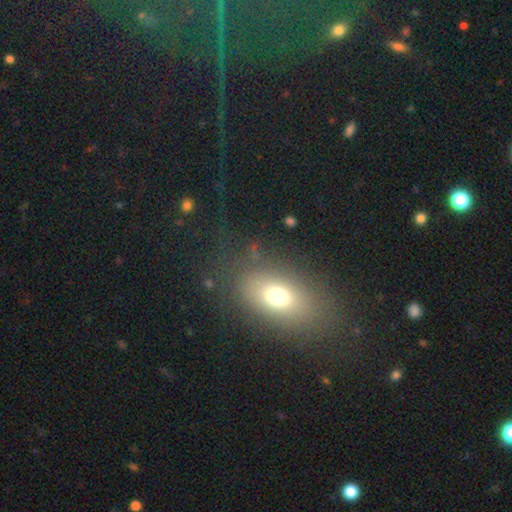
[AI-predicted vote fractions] A smooth galaxy with no disk features (65%) that is in between round and cigar-shaped (80%).

Vote fractions:
- Smooth or featured? smooth: 65% / star or artifact: 18% / featured or disk: 18%
- How rounded? in between: 80% / round: 14% / cigar-shaped: 5%
- Merging? none: 80% / minor disturbance: 11% / major disturbance: 7% / merger: 2%